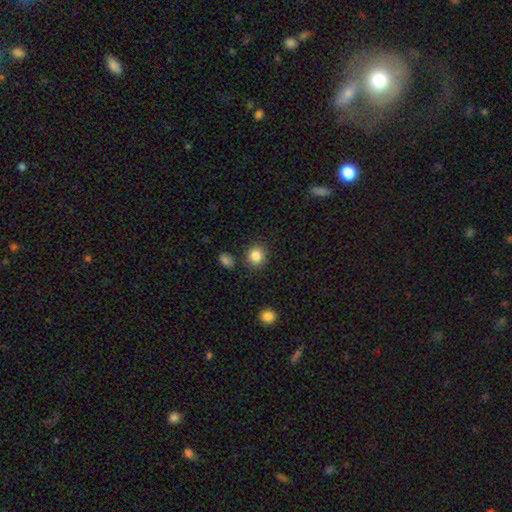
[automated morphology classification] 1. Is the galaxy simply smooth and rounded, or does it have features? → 85% smooth, 10% star or artifact, 5% featured or disk.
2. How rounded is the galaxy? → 83% round, 16% in between, 1% cigar-shaped.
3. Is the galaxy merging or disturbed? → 86% none, 8% minor disturbance, 3% merger, 3% major disturbance.